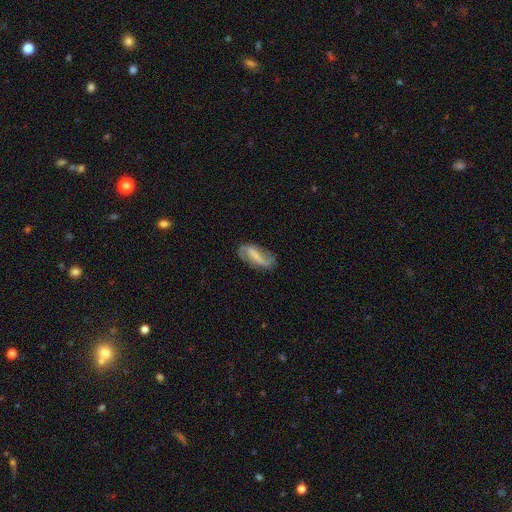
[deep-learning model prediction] The model was most divided on "bar": strong: 53%, weak: 32%, no: 15%. More confident: edge-on disk — no (93%); spiral arms — yes (86%); spiral arm count — 2 (84%); merging — none (70%); smooth or featured — featured or disk (66%); spiral winding — loose (55%); bulge size — none (51%).